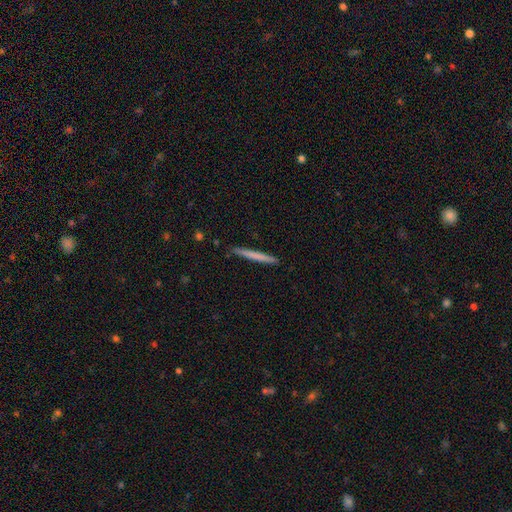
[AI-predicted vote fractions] Q: Smooth or featured?
A: smooth (66%); runner-up: featured or disk (29%)
Q: How rounded?
A: cigar-shaped (97%); runner-up: in between (2%)
Q: Merging?
A: none (90%); runner-up: minor disturbance (8%)